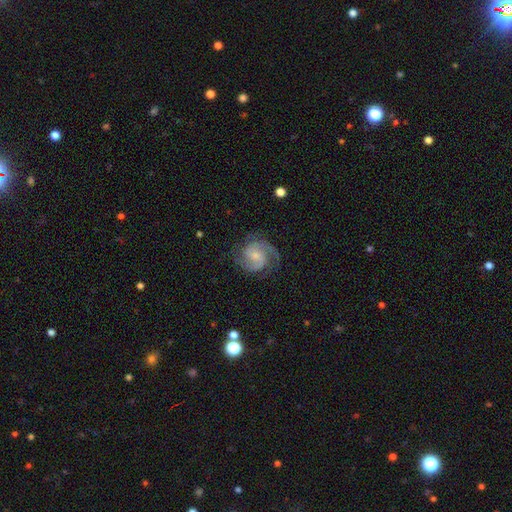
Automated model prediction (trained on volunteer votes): Smooth or featured? Predicted: featured or disk (p=0.87). Edge-on disk? Predicted: no (p=0.98). Bar? Predicted: no (p=0.51). Spiral arms? Predicted: yes (p=0.98). Spiral winding? Predicted: medium (p=0.50). Spiral arm count? Predicted: 2 (p=0.77). Bulge size? Predicted: small (p=0.50). Merging? Predicted: none (p=0.75).